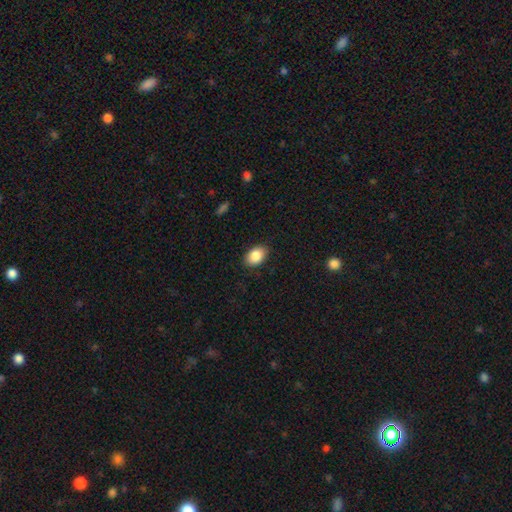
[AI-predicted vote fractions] A smooth galaxy with no disk features (87%) that is in between round and cigar-shaped (83%).

Vote fractions:
- Smooth or featured? smooth: 87% / star or artifact: 8% / featured or disk: 5%
- How rounded? in between: 83% / round: 16% / cigar-shaped: 1%
- Merging? none: 87% / minor disturbance: 10% / major disturbance: 2% / merger: 1%